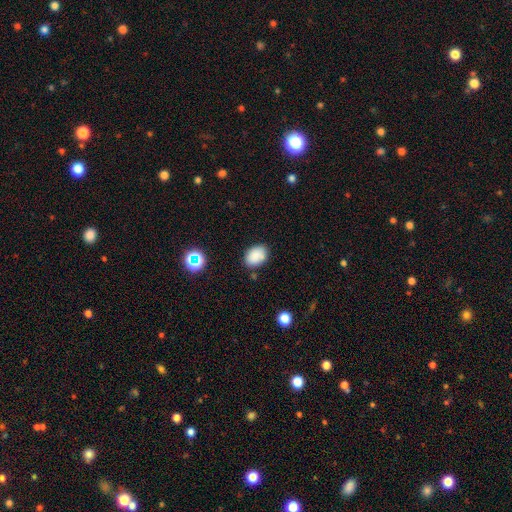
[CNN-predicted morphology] type=smooth (85%); roundness=in between (81%); merging=none (79%).